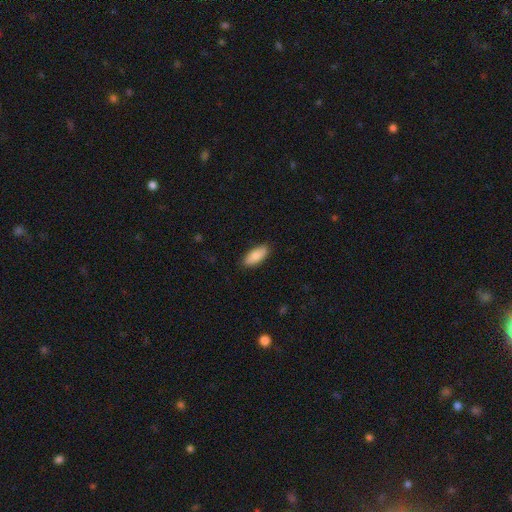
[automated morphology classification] A smooth galaxy with no disk features (87%) that is in between round and cigar-shaped (87%). Merging: none (87%).